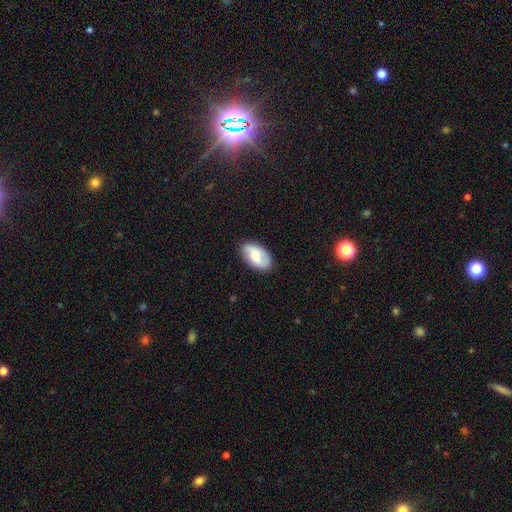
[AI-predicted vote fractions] This appears to be a smooth galaxy with no disk features (47%, tied with featured or disk). Merging: none (85%).